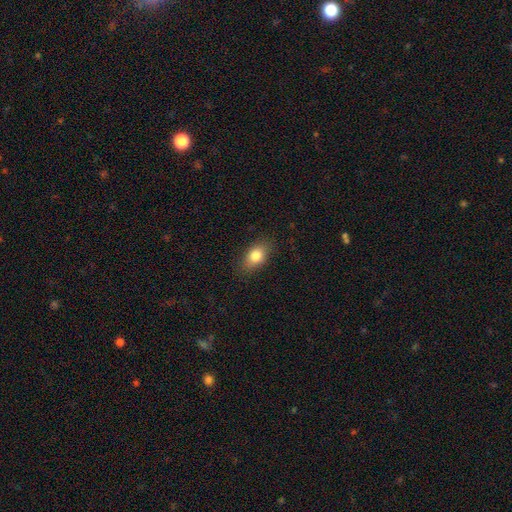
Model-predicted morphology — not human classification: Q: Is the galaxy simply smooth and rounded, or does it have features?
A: smooth — 81%.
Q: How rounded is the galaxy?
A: in between — 82%.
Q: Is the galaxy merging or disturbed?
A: none — 84%.